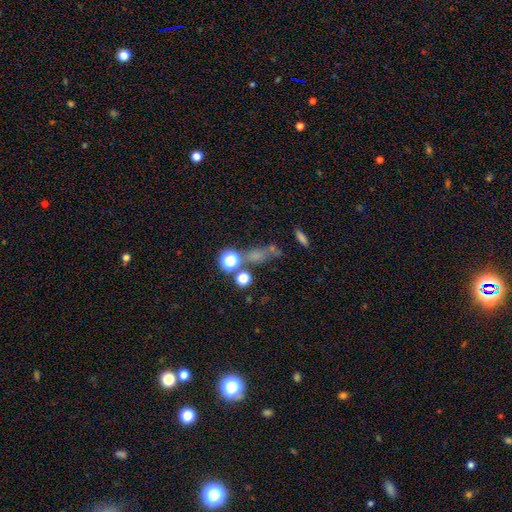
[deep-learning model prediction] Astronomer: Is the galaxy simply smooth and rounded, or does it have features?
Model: smooth — 57%.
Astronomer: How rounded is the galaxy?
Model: round — 48% (runner-up: in between, 38%).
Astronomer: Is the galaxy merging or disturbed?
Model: none — 53%.